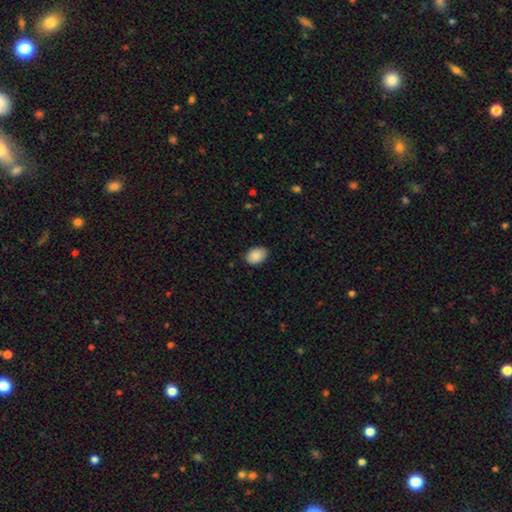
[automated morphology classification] The model was most divided on "how rounded": in between: 78%, round: 21%, cigar-shaped: 1%. More confident: smooth or featured — smooth (88%); merging — none (86%).